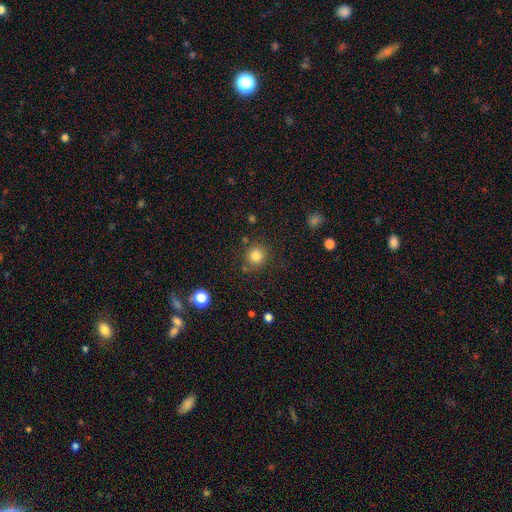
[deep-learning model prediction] smooth 82%, star or artifact 12%, featured or disk 6%. Down the decision tree: how rounded — round (90%); merging — none (81%).